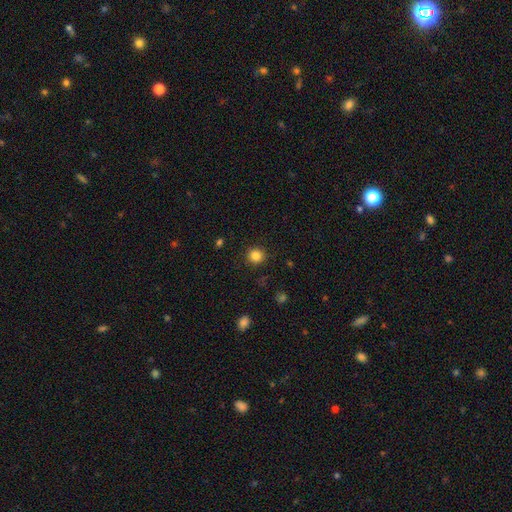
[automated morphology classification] smooth_or_featured: smooth (p=0.84) [alt: star or artifact p=0.12]
how_rounded: round (p=0.92) [alt: in between p=0.07]
merging: none (p=0.90) [alt: minor disturbance p=0.07]